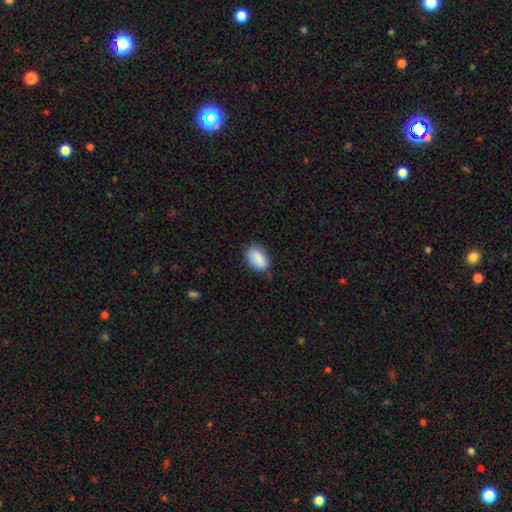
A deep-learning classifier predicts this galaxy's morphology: smooth_or_featured: smooth (p=0.89) [alt: star or artifact p=0.07]
how_rounded: in between (p=0.91) [alt: round p=0.07]
merging: none (p=0.79) [alt: minor disturbance p=0.16]